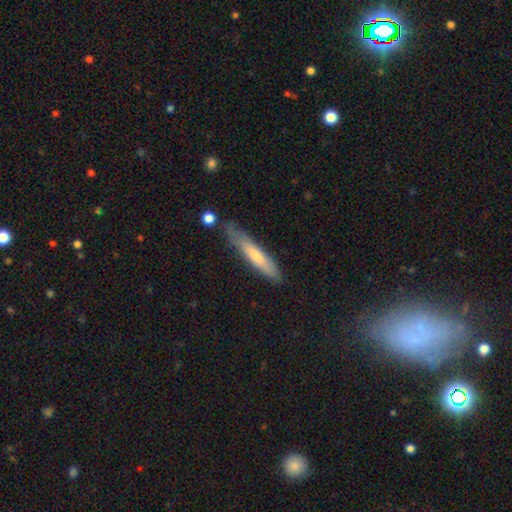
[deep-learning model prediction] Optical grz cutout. It shows a smooth galaxy with no disk features (62%) that is cigar-shaped (91%). Merging: none (71%).